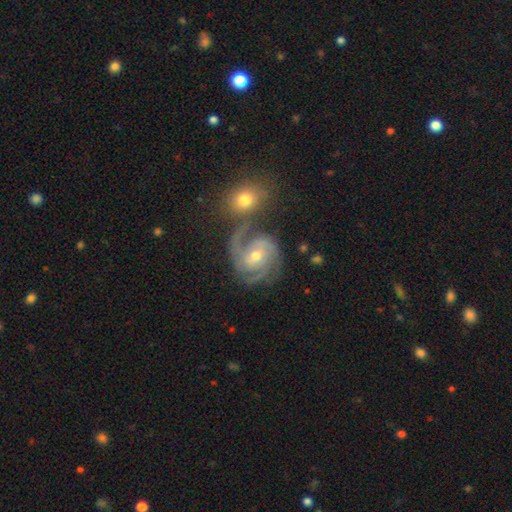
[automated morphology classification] type=featured or disk (88%); edge-on=no (98%); bar=no (47%); spiral arms=yes (98%); winding=tight (53%); arm count=3 (47%); bulge=moderate (54%); merging=none (59%).